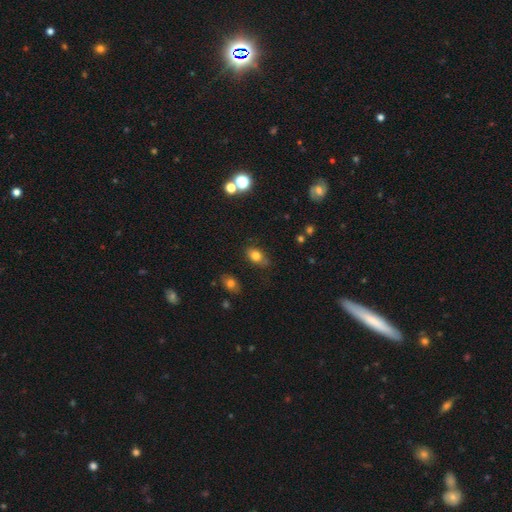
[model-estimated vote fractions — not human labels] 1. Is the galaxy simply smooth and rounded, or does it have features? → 79% smooth, 12% star or artifact, 9% featured or disk.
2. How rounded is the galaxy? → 78% in between, 21% round, 2% cigar-shaped.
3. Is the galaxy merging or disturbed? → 72% none, 19% minor disturbance, 5% major disturbance, 4% merger.